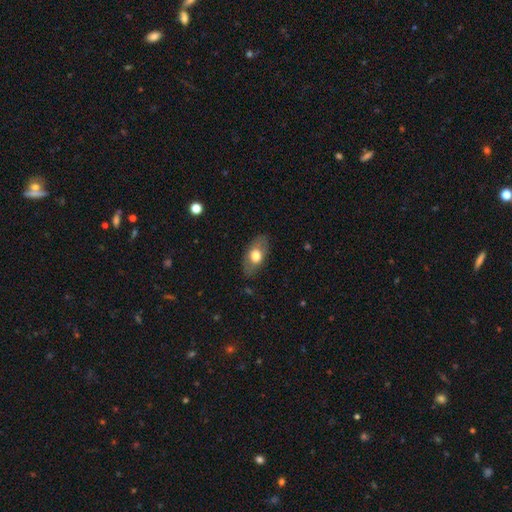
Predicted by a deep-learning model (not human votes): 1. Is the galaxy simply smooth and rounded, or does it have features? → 65% smooth, 28% featured or disk, 6% star or artifact.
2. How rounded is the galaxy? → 89% in between, 8% round, 3% cigar-shaped.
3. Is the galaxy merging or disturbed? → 80% none, 15% minor disturbance, 4% major disturbance, 1% merger.